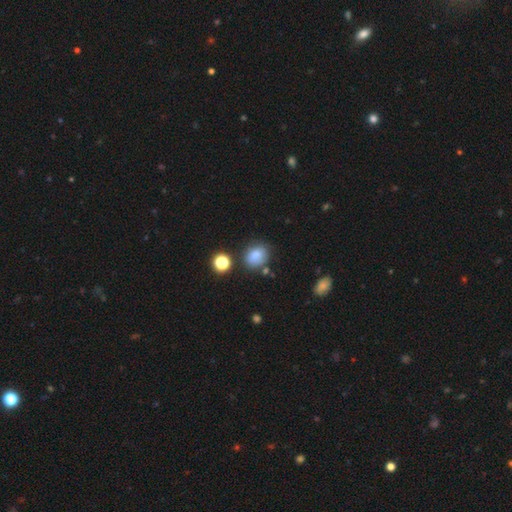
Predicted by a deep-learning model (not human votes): Smooth or featured?
  - smooth: 81% *
  - star or artifact: 12%
  - featured or disk: 8%
How rounded?
  - round: 52% *
  - in between: 47%
  - cigar-shaped: 1%
Merging?
  - none: 69% *
  - minor disturbance: 19%
  - merger: 7%
  - major disturbance: 5%